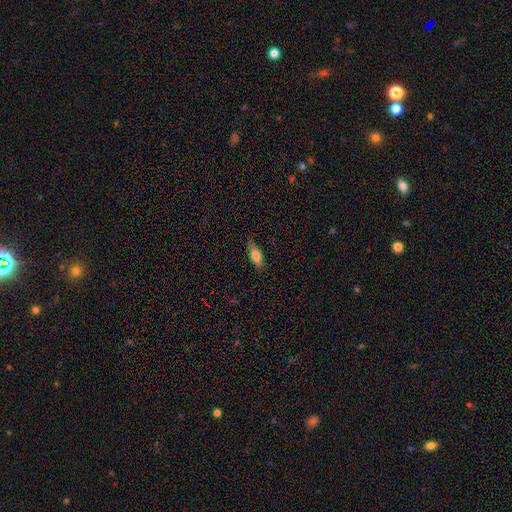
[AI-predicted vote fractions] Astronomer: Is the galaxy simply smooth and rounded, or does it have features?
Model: smooth — 79%.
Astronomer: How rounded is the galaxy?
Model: in between — 72%.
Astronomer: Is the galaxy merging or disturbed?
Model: none — 79%.